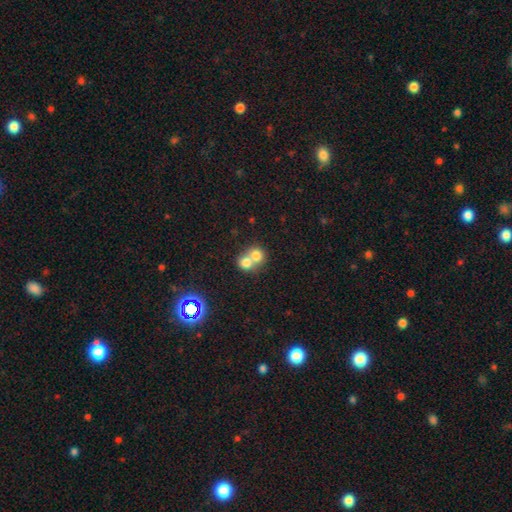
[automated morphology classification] smooth_or_featured: smooth (p=0.75) [alt: featured or disk p=0.15]
how_rounded: round (p=0.74) [alt: in between p=0.25]
merging: merger (p=0.69) [alt: none p=0.24]